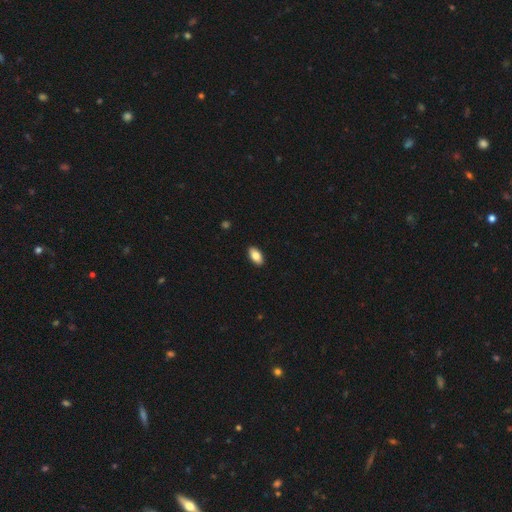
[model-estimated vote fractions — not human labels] This appears to be a smooth galaxy with no disk features (82%) that is in between round and cigar-shaped (93%). Merging: none (91%).